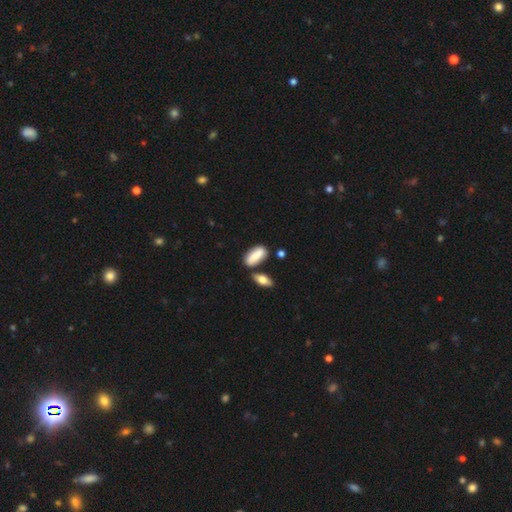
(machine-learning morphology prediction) This appears to be a smooth galaxy with no disk features (81%) that is in between round and cigar-shaped (77%). Merging: none (65%).